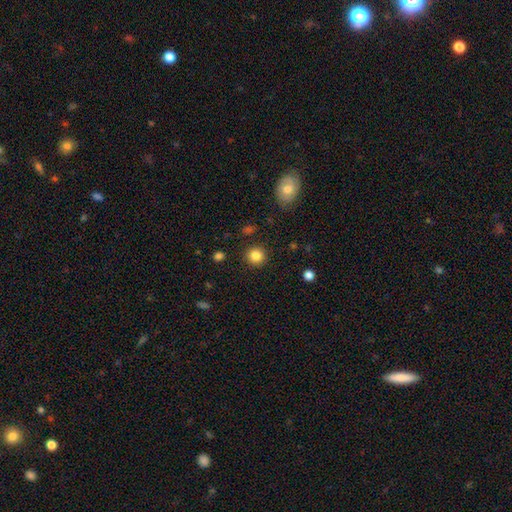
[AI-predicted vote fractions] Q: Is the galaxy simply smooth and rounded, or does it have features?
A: smooth — 84%.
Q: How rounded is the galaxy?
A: round — 92%.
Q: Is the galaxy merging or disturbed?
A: none — 90%.